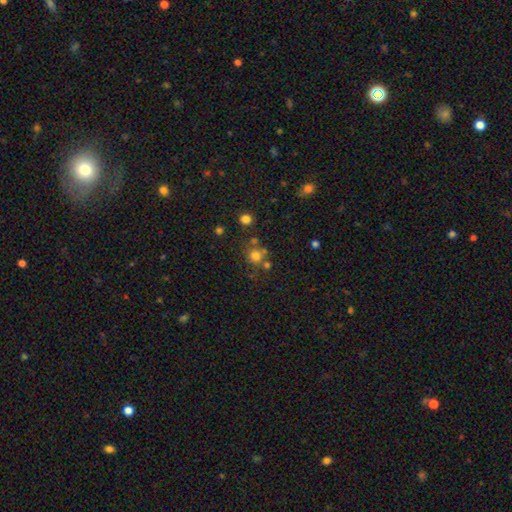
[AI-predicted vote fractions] Smooth or featured? Predicted: smooth (p=0.72). How rounded? Predicted: round (p=0.88). Merging? Predicted: none (p=0.63).